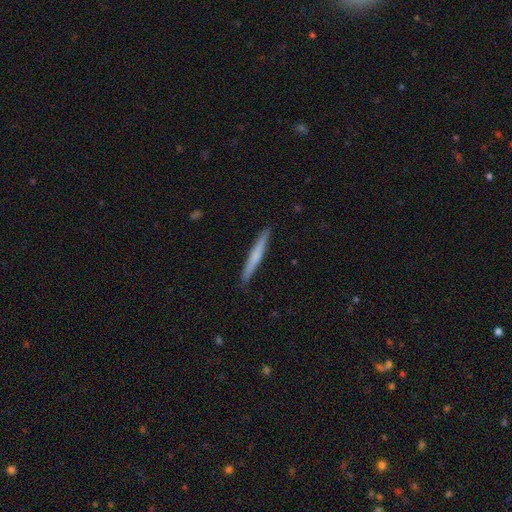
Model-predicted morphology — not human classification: This is possibly a smooth galaxy (60%). How rounded: clearly cigar-shaped (97%). Merging: clearly none (92%).